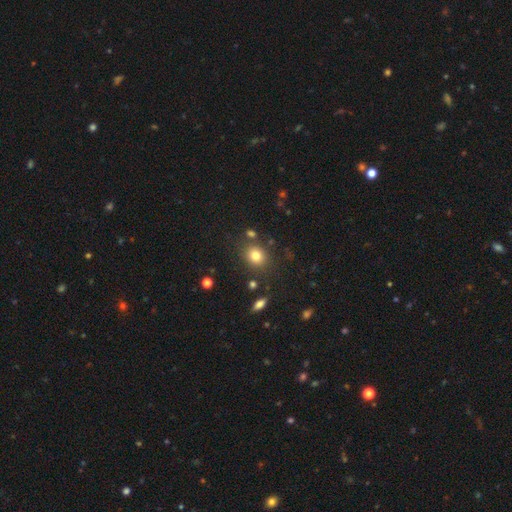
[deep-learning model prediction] smooth_or_featured: smooth (p=0.79) [alt: star or artifact p=0.13]
how_rounded: round (p=0.66) [alt: in between p=0.33]
merging: none (p=0.80) [alt: minor disturbance p=0.10]